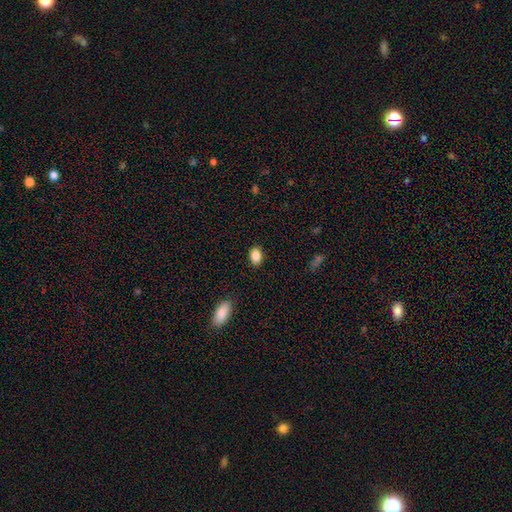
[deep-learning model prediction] smooth 87%, star or artifact 8%, featured or disk 4%. Down the decision tree: how rounded — in between (80%); merging — none (88%).